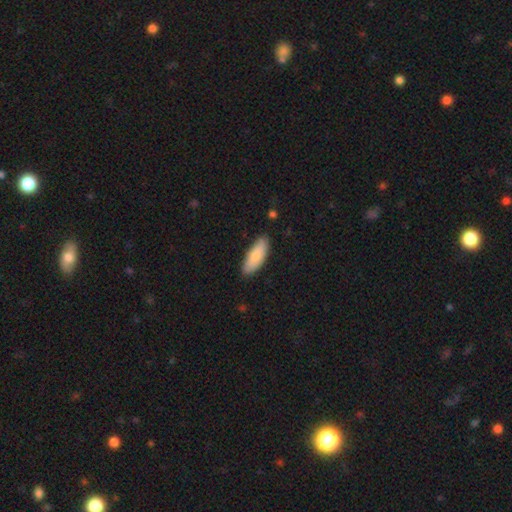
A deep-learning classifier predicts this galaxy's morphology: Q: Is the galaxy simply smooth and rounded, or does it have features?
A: smooth — 84%.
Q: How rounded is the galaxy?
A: in between — 68%.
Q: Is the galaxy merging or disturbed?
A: none — 85%.